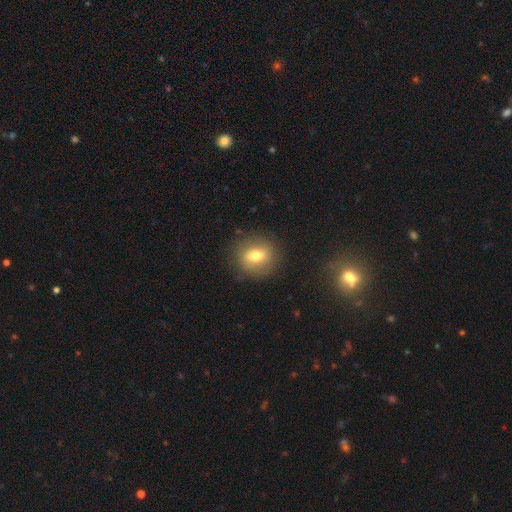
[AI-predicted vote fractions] A smooth galaxy with no disk features (65%) that is round (74%). Merging: none (85%).